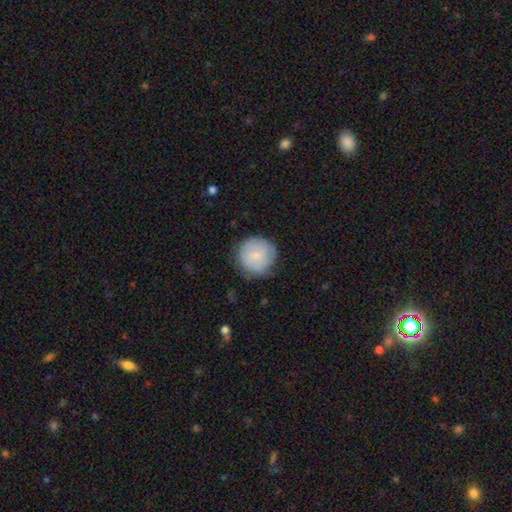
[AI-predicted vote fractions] Morphology: type=smooth (74%); roundness=round (94%); merging=none (76%).